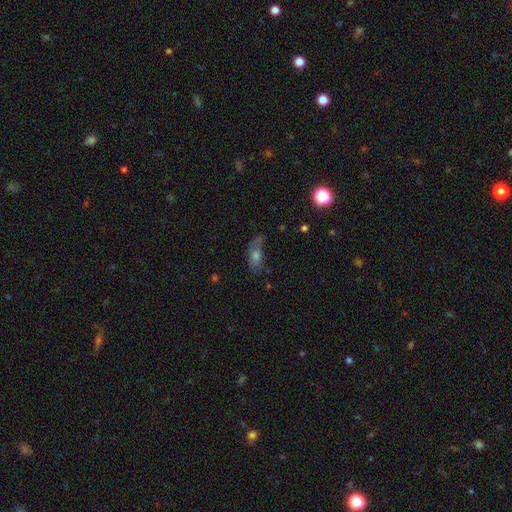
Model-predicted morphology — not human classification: Smooth or featured? Predicted: smooth (p=0.51). How rounded? Predicted: in between (p=0.72). Merging? Predicted: none (p=0.49).